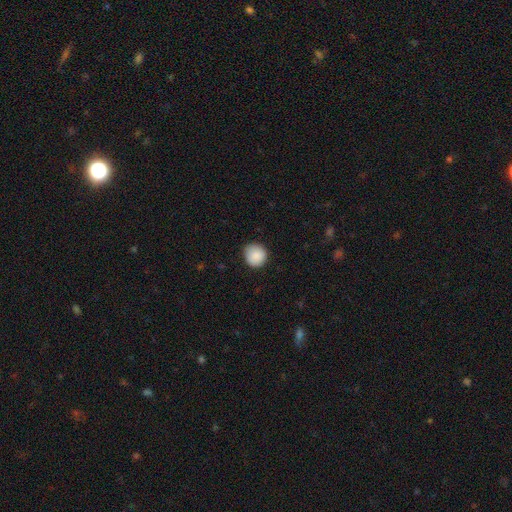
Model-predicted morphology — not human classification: smooth-or-featured: smooth: 89% | star or artifact: 8% | featured or disk: 3%
  how-rounded: round: 91% | in between: 8% | cigar-shaped: 1%
  merging: none: 84% | minor disturbance: 12% | major disturbance: 2% | merger: 1%